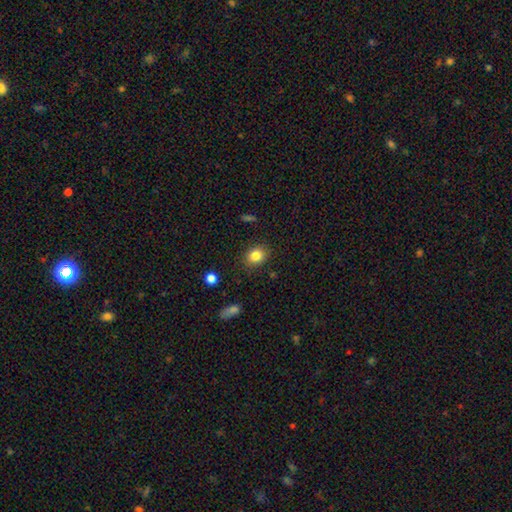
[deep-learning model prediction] Overall: smooth (83%). How rounded: round (50%; in between 49%). Merging: none (84%).